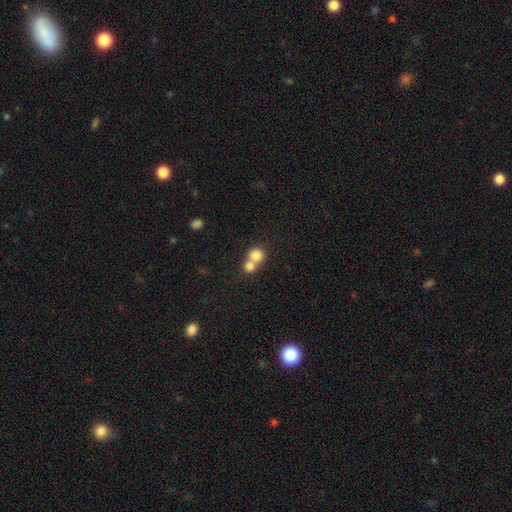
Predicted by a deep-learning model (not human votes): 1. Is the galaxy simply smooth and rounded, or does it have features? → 79% smooth, 11% featured or disk, 10% star or artifact.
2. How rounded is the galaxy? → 85% round, 14% in between, 1% cigar-shaped.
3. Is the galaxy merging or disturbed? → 58% merger, 35% none, 5% minor disturbance, 3% major disturbance.